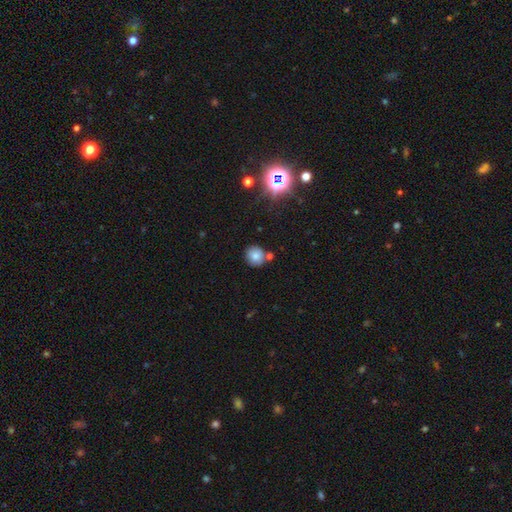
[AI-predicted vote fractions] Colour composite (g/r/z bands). It shows a smooth galaxy with no disk features (77%) that is round (89%). Merging: none (72%).